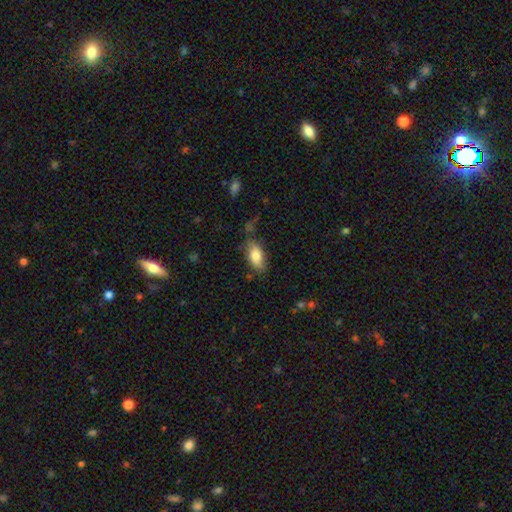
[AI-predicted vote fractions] The model was most divided on "merging": none: 72%, minor disturbance: 19%, major disturbance: 5%, merger: 4%. More confident: how rounded — in between (88%); smooth or featured — smooth (79%).